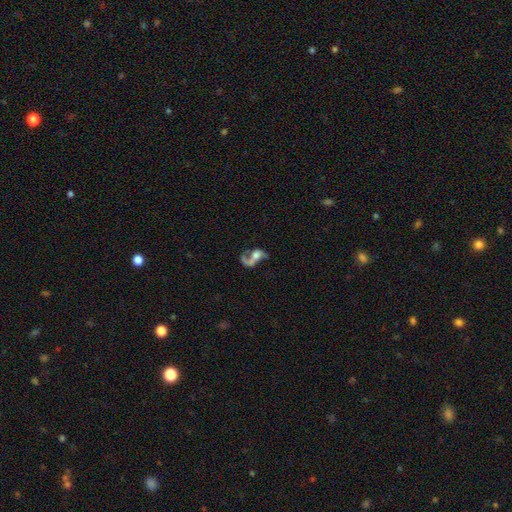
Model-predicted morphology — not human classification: smooth-or-featured: featured or disk: 65% | smooth: 26% | star or artifact: 10%
  disk-edge-on: no: 96% | yes: 4%
    bar: no: 72% | weak: 21% | strong: 7%
    has-spiral-arms: yes: 72% | no: 28%
    bulge-size: moderate: 38% | large: 27% | small: 16% | none: 13% | dominant: 5%
  merging: major disturbance: 39% | merger: 27% | none: 23% | minor disturbance: 11%